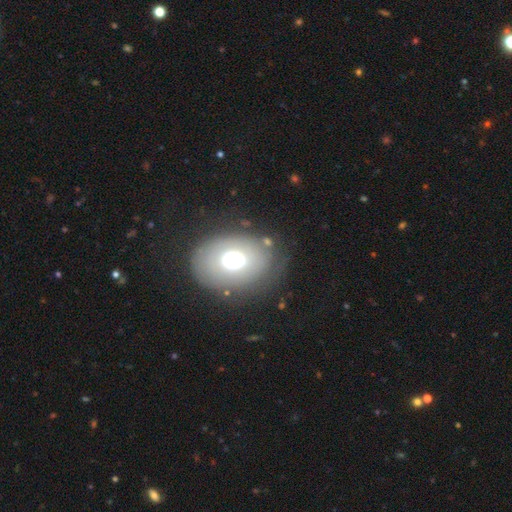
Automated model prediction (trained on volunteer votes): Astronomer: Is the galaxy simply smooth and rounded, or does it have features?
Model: smooth — 51% (runner-up: featured or disk, 37%).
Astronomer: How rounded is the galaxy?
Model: in between — 61% (runner-up: round, 37%).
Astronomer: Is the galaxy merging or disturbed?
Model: none — 78%.